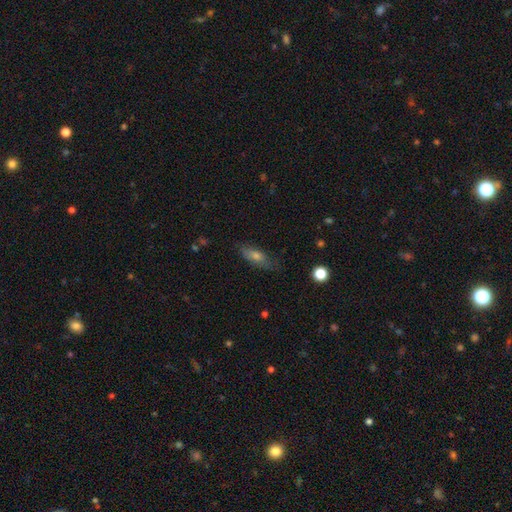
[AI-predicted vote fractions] This is possibly a smooth galaxy (58%). How rounded: possibly in between (58%). Merging: likely none (73%).